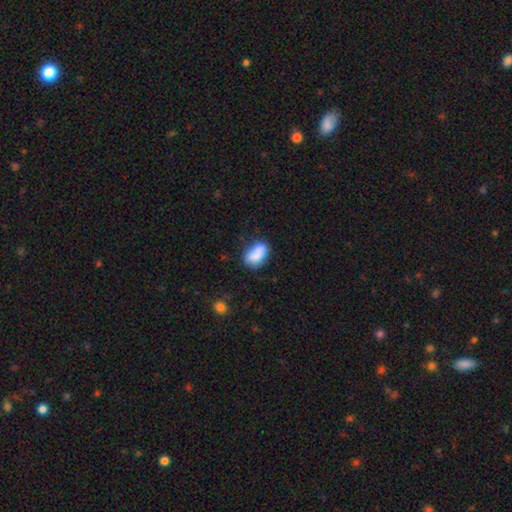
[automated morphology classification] This is likely a smooth galaxy (79%). How rounded: clearly in between (89%). Merging: possibly none (54%).